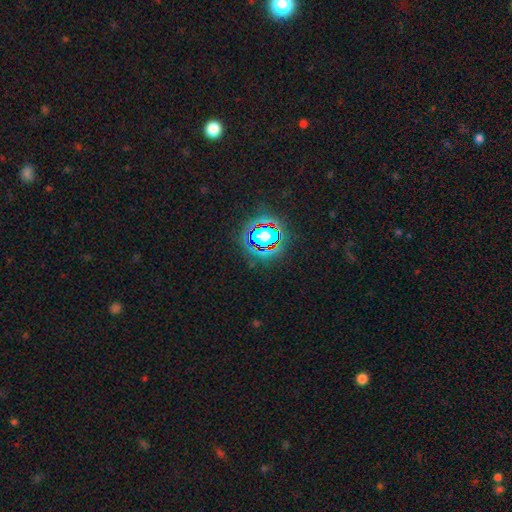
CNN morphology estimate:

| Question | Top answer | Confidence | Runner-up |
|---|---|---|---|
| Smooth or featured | star or artifact | 80% | smooth (12%) |